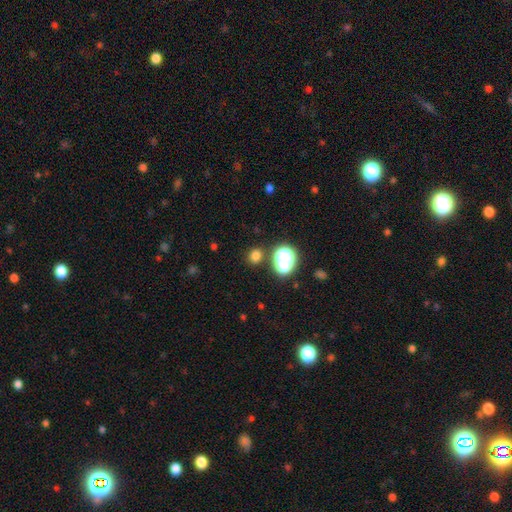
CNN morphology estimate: Smooth or featured? smooth (73%)
How rounded? round (73%)
Merging? none (79%)